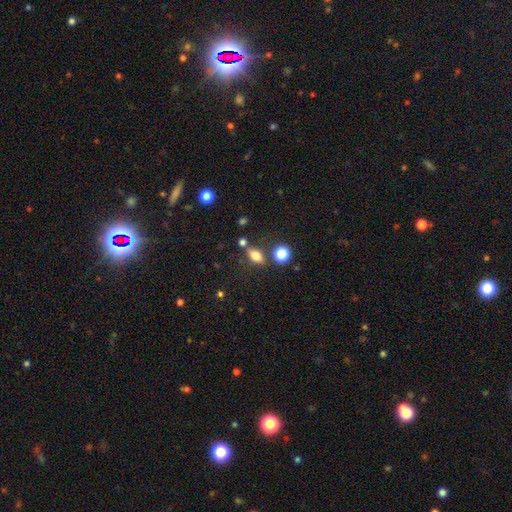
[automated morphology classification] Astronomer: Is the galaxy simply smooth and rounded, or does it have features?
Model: smooth — 76%.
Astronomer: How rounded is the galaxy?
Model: in between — 75%.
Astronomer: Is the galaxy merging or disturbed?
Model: none — 73%.